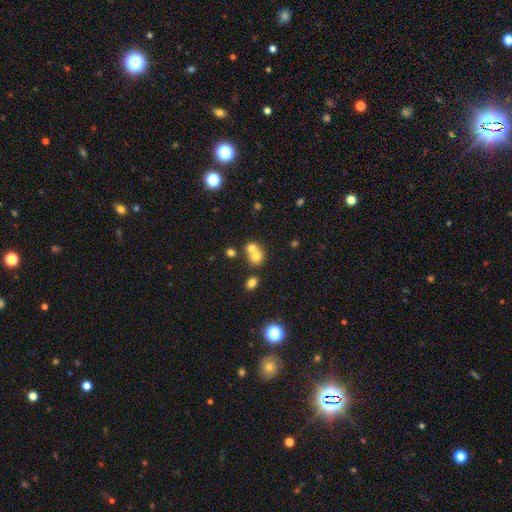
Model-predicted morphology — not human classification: Overall: smooth (69%). How rounded: round (73%). Merging: merger (60%; none 32%).